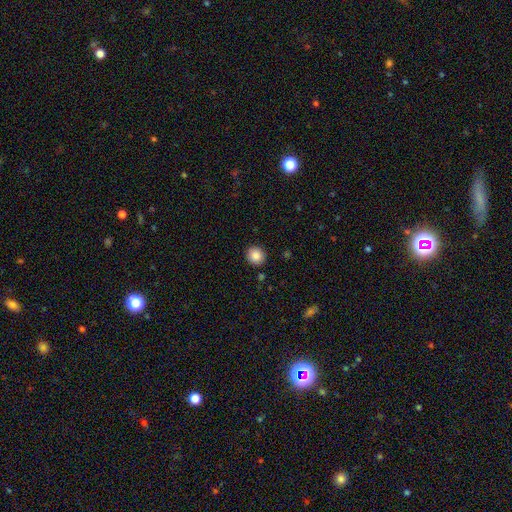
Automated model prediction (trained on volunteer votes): smooth 86%, star or artifact 9%, featured or disk 5%. Down the decision tree: how rounded — round (89%); merging — none (91%).